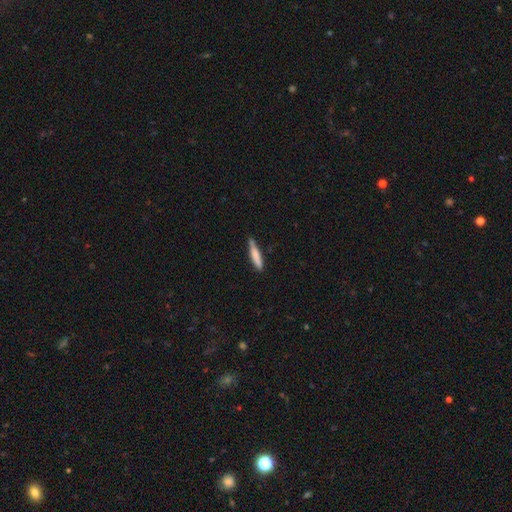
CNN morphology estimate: Overall: smooth (75%). How rounded: cigar-shaped (89%). Merging: none (77%).